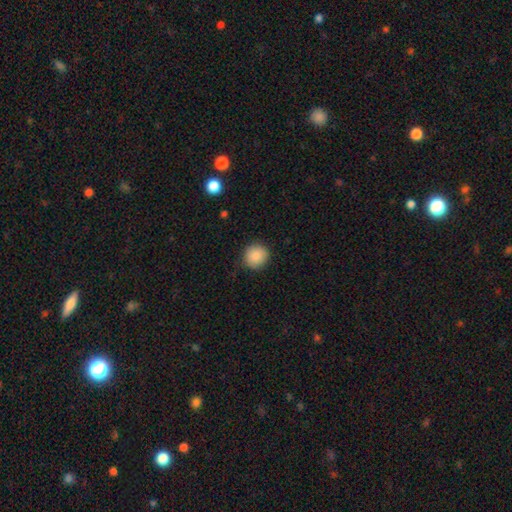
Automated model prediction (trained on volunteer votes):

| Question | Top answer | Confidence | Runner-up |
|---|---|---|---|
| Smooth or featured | smooth | 87% | star or artifact (8%) |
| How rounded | round | 93% | in between (6%) |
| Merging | none | 88% | minor disturbance (9%) |